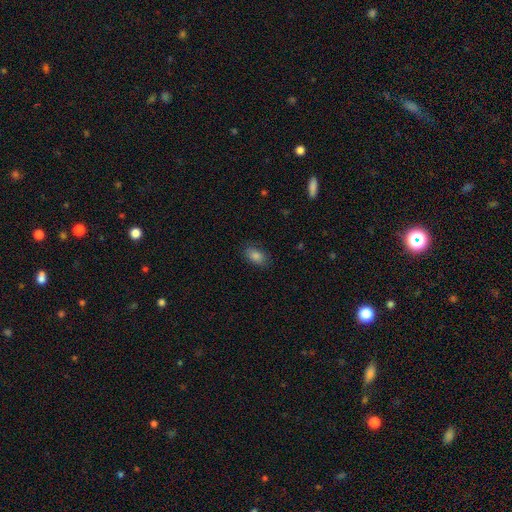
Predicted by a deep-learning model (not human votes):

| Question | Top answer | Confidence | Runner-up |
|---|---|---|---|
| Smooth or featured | smooth | 83% | star or artifact (10%) |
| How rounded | in between | 90% | round (8%) |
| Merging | none | 85% | minor disturbance (11%) |